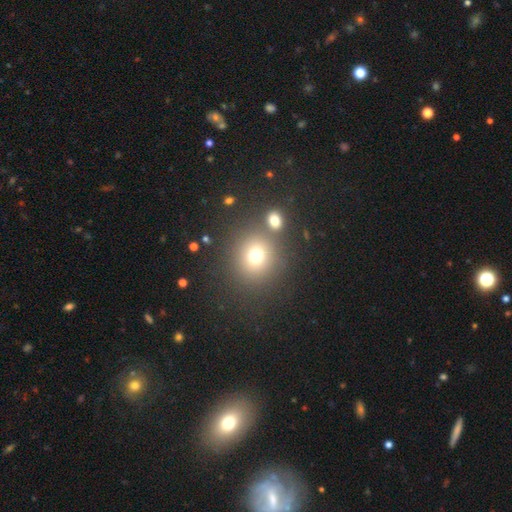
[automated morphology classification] A smooth galaxy with no disk features (72%) that is round (85%). Merging: none (71%).